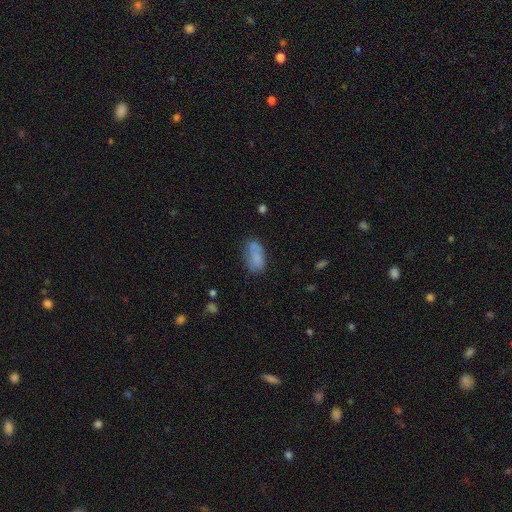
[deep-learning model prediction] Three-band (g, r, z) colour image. It shows a smooth galaxy with no disk features (76%) that is in between round and cigar-shaped (90%). Merging: none (54%).